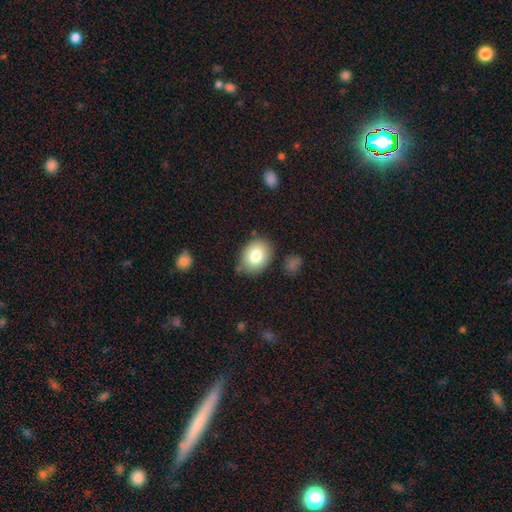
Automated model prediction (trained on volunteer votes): This is likely a smooth galaxy (80%). How rounded: likely in between (61%). Merging: likely none (77%).